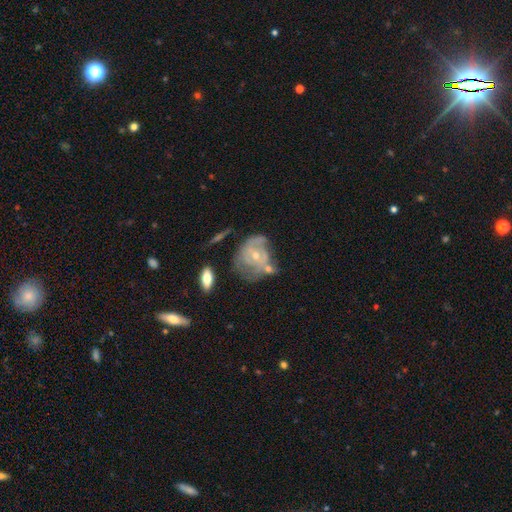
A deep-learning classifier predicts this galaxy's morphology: type=featured or disk (70%); edge-on=no (96%); bar=no (73%); spiral arms=yes (72%); bulge=small (56%); merging=none (36%).